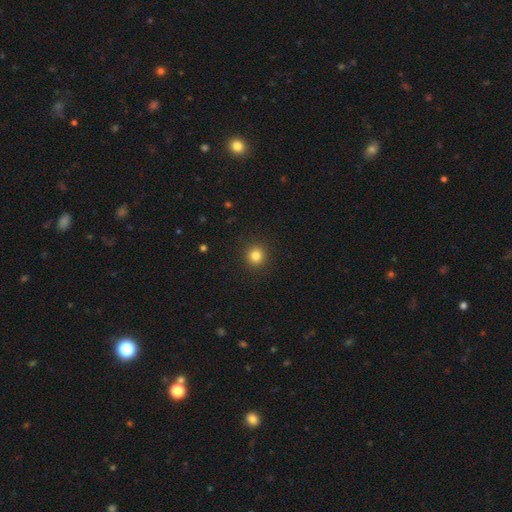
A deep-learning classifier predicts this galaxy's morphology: Overall: smooth (83%). How rounded: round (93%). Merging: none (92%).